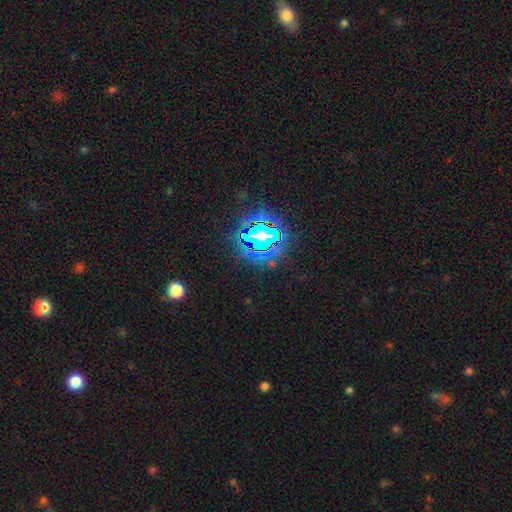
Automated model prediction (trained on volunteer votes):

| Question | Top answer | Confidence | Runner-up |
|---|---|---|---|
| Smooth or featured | star or artifact | 82% | smooth (11%) |